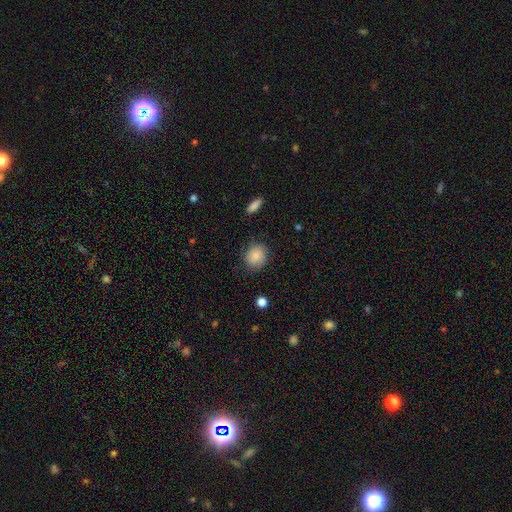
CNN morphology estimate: A smooth galaxy with no disk features (84%) that is round (77%).

Vote fractions:
- Smooth or featured? smooth: 84% / featured or disk: 8% / star or artifact: 8%
- How rounded? round: 77% / in between: 22% / cigar-shaped: 1%
- Merging? none: 79% / minor disturbance: 15% / major disturbance: 4% / merger: 1%